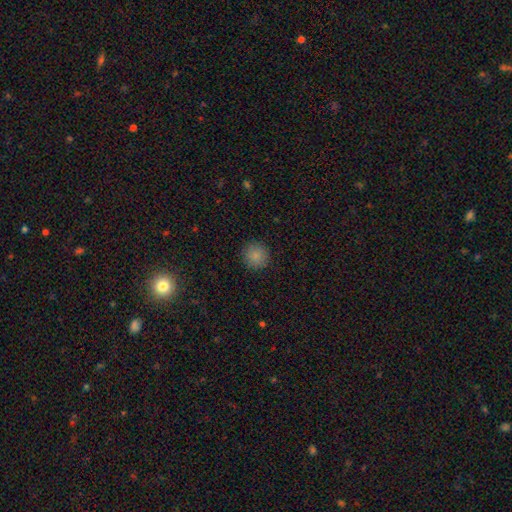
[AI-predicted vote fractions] smooth_or_featured: smooth (p=0.85) [alt: star or artifact p=0.11]
how_rounded: round (p=0.94) [alt: in between p=0.05]
merging: none (p=0.91) [alt: minor disturbance p=0.06]